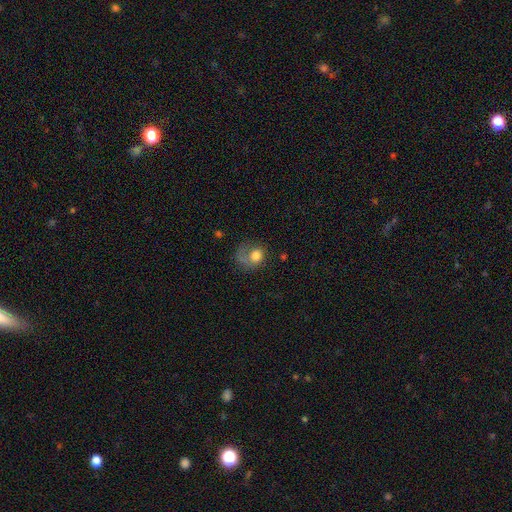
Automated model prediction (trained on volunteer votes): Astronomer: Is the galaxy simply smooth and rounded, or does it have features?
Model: smooth — 64%.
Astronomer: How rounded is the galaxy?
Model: round — 67%.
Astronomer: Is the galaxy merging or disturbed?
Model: major disturbance — 43% (runner-up: none, 31%).